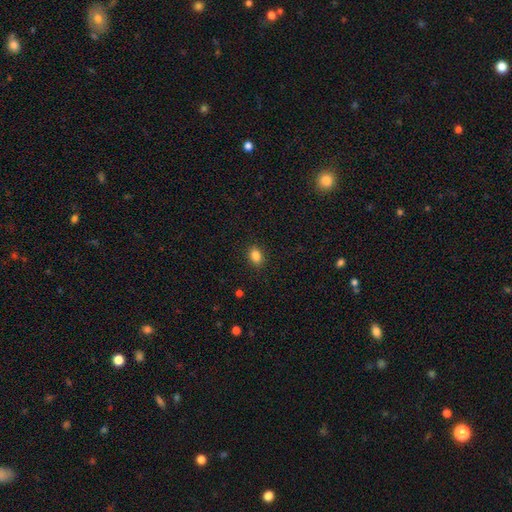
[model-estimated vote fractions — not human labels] smooth 85%, star or artifact 10%, featured or disk 5%. Down the decision tree: how rounded — in between (66%); merging — none (89%).